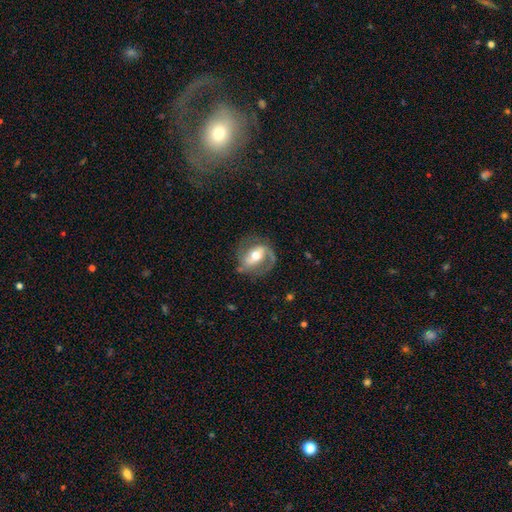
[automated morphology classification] featured or disk 77%, smooth 17%, star or artifact 6%. Down the decision tree: edge-on disk — no (95%); bar — strong (43%); spiral arms — yes (85%); spiral arm count — 2 (77%); spiral winding — medium (49%); bulge size — moderate (69%); merging — none (67%).